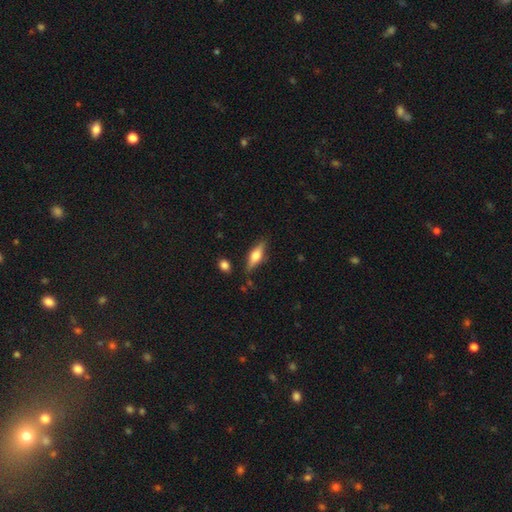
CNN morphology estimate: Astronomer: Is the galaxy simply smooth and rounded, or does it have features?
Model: featured or disk — 51% (runner-up: smooth, 42%).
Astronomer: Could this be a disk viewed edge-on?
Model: yes — 93%.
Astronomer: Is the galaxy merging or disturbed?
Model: none — 82%.